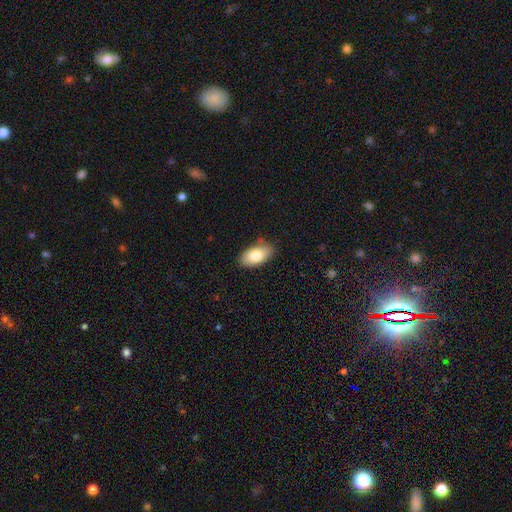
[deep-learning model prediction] smooth 78%, featured or disk 15%, star or artifact 7%. Down the decision tree: how rounded — in between (94%); merging — none (84%).